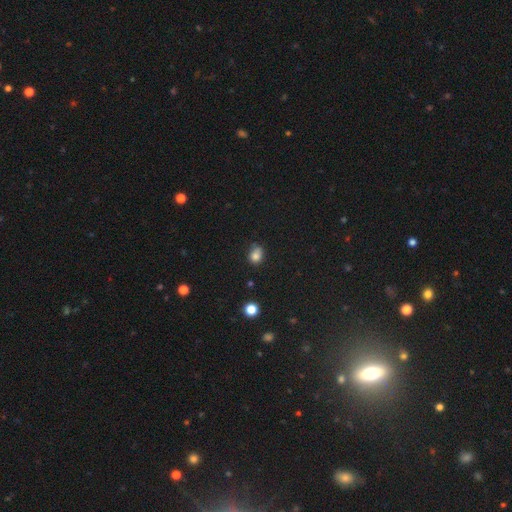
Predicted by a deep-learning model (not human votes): A smooth galaxy with no disk features (80%) that is round (55%). Merging: none (54%).